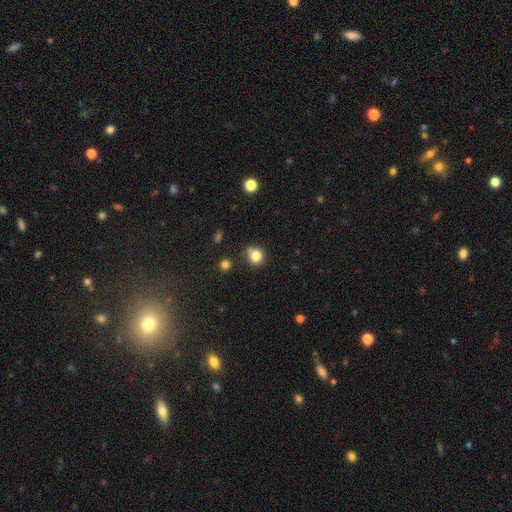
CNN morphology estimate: smooth-or-featured: smooth: 82% | star or artifact: 12% | featured or disk: 6%
  how-rounded: round: 77% | in between: 22% | cigar-shaped: 1%
  merging: none: 70% | minor disturbance: 20% | merger: 6% | major disturbance: 4%